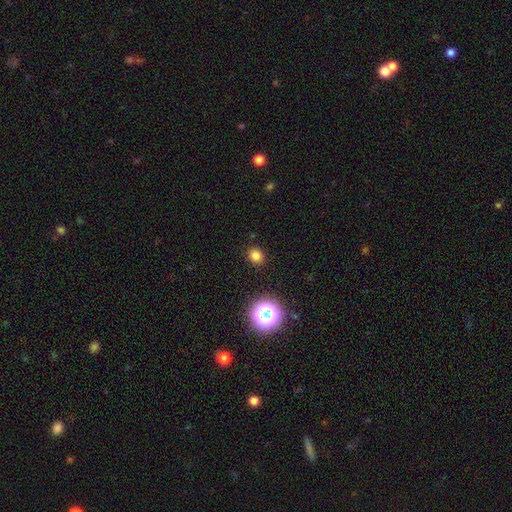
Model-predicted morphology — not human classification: This is likely a smooth galaxy (78%). How rounded: likely round (76%). Merging: clearly none (90%).